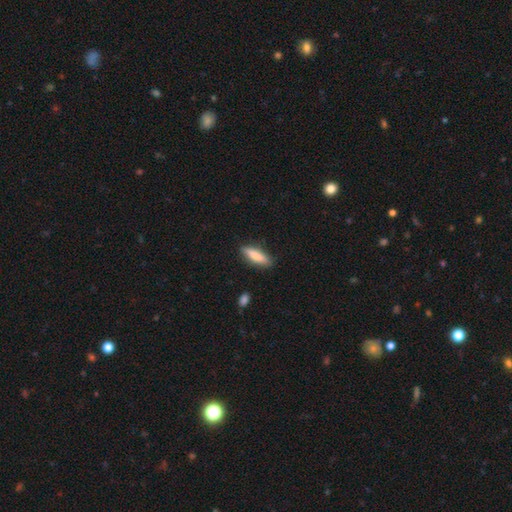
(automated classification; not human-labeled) This is likely a smooth galaxy (76%). How rounded: possibly cigar-shaped (59%). Merging: clearly none (84%).